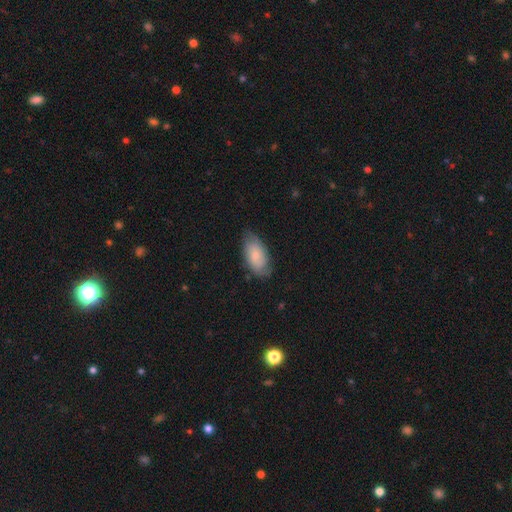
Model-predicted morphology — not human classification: This is likely a smooth galaxy (69%). How rounded: clearly in between (93%). Merging: likely none (71%).